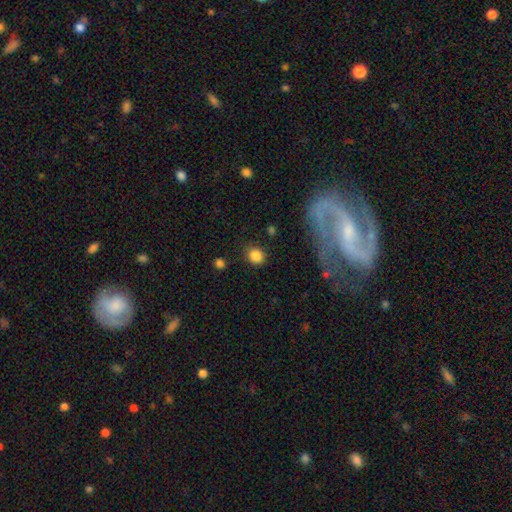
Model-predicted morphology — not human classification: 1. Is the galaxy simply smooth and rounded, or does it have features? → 85% smooth, 10% star or artifact, 5% featured or disk.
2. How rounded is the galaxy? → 80% round, 19% in between, 1% cigar-shaped.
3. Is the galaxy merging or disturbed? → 86% none, 9% minor disturbance, 3% major disturbance, 2% merger.